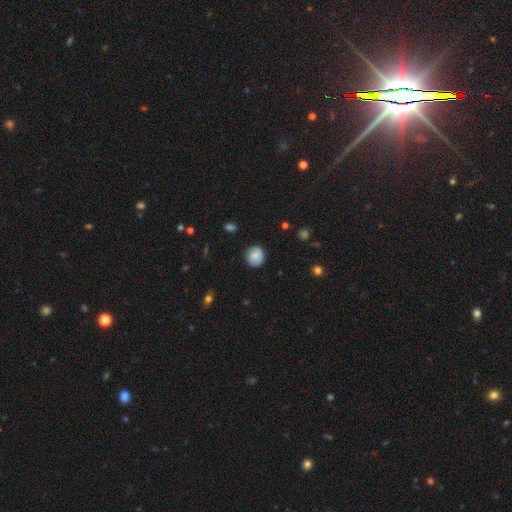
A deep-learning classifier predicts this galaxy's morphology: A smooth galaxy with no disk features (78%) that is round (87%).

Vote fractions:
- Smooth or featured? smooth: 78% / featured or disk: 14% / star or artifact: 8%
- How rounded? round: 87% / in between: 12% / cigar-shaped: 1%
- Merging? none: 83% / minor disturbance: 13% / major disturbance: 3% / merger: 1%